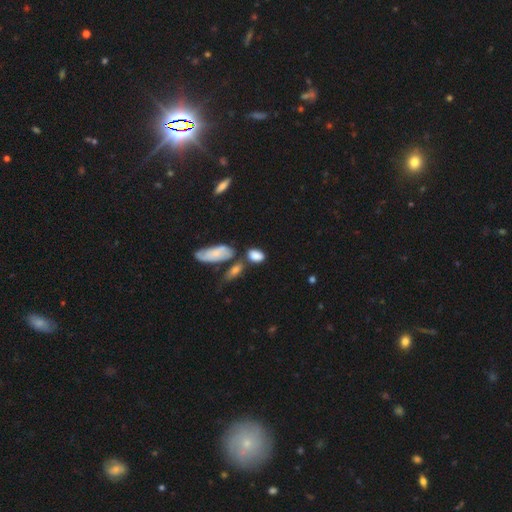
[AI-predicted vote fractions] Smooth or featured? smooth (80%)
How rounded? in between (86%)
Merging? none (53%)